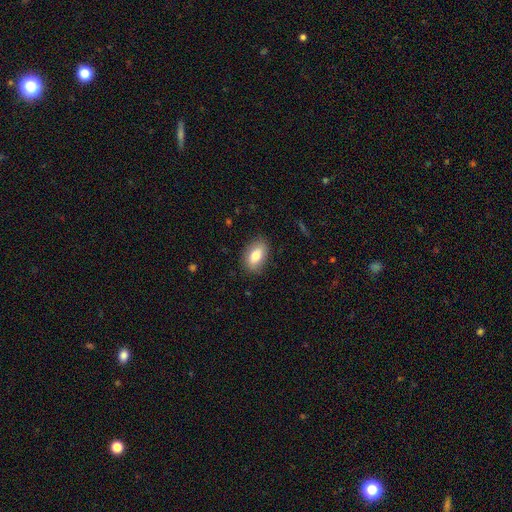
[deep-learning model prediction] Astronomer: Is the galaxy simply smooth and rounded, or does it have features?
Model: smooth — 77%.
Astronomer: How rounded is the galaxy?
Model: in between — 90%.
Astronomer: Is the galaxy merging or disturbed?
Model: none — 85%.